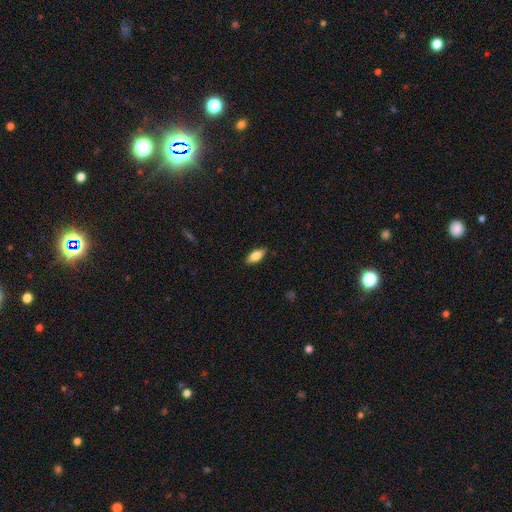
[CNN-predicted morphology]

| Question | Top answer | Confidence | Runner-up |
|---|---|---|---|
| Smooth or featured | smooth | 77% | featured or disk (16%) |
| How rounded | in between | 83% | cigar-shaped (14%) |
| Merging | none | 87% | minor disturbance (10%) |